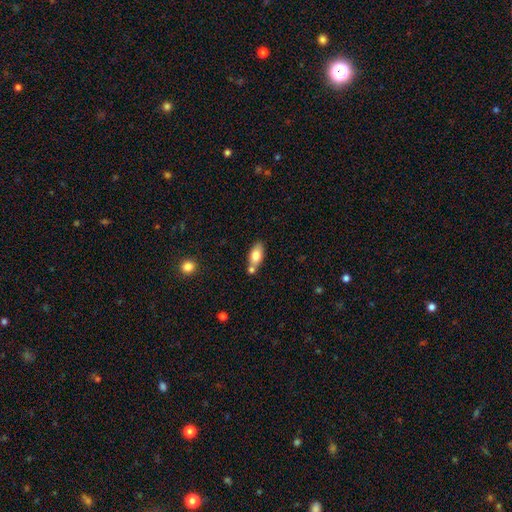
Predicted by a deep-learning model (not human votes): Q: Smooth or featured?
A: smooth (78%); runner-up: featured or disk (15%)
Q: How rounded?
A: in between (88%); runner-up: cigar-shaped (8%)
Q: Merging?
A: none (56%); runner-up: merger (26%)